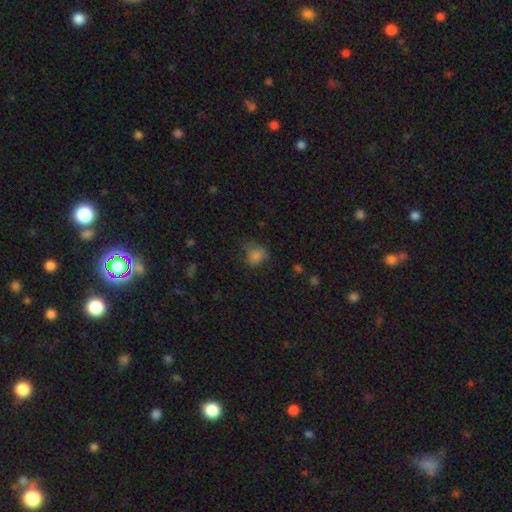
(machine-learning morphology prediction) Q: Smooth or featured?
A: smooth (75%); runner-up: star or artifact (15%)
Q: How rounded?
A: round (51%); runner-up: in between (48%)
Q: Merging?
A: none (47%); runner-up: minor disturbance (32%)